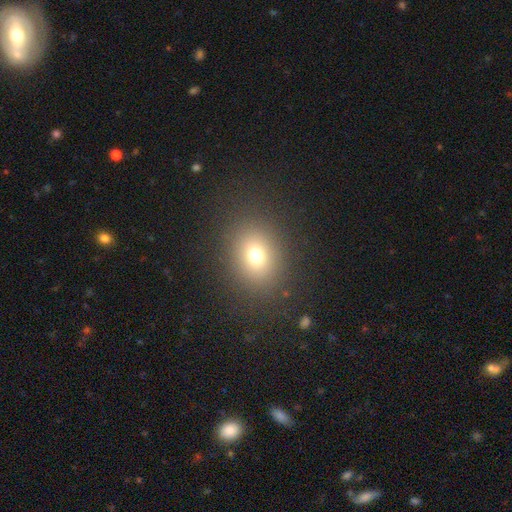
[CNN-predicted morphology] smooth 73%, star or artifact 17%, featured or disk 10%. Down the decision tree: how rounded — round (59%); merging — none (86%).